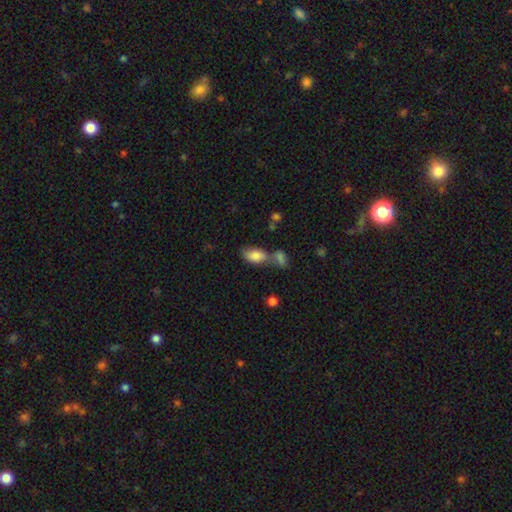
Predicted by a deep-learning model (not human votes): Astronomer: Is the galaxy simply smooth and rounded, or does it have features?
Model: smooth — 82%.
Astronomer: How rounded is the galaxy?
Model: in between — 92%.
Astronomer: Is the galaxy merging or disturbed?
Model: none — 41% (runner-up: merger, 39%).